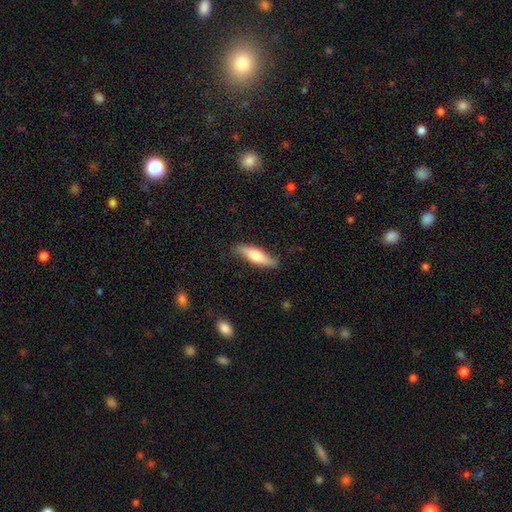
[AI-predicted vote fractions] The model was most divided on "smooth or featured": smooth: 61%, featured or disk: 34%, star or artifact: 5%. More confident: merging — none (82%); how rounded — cigar-shaped (64%).